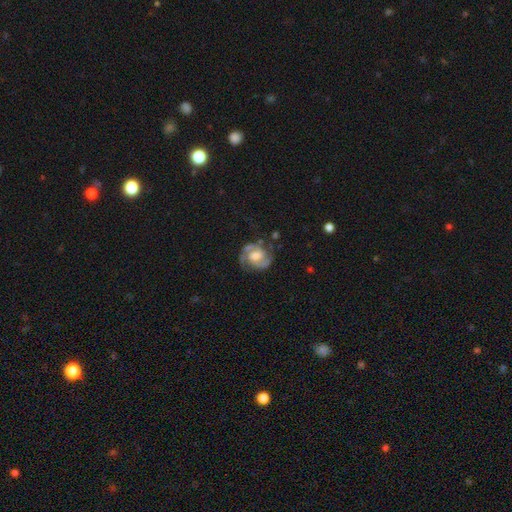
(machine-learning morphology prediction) smooth_or_featured: featured or disk (p=0.86) [alt: smooth p=0.09]
disk_edge_on: no (p=0.98) [alt: yes p=0.02]
bar: weak (p=0.48) [alt: no p=0.37]
has_spiral_arms: yes (p=0.97) [alt: no p=0.03]
spiral_winding: medium (p=0.51) [alt: tight p=0.38]
spiral_arm_count: 2 (p=0.89) [alt: can't tell p=0.04]
bulge_size: moderate (p=0.49) [alt: large p=0.20]
merging: none (p=0.73) [alt: minor disturbance p=0.17]